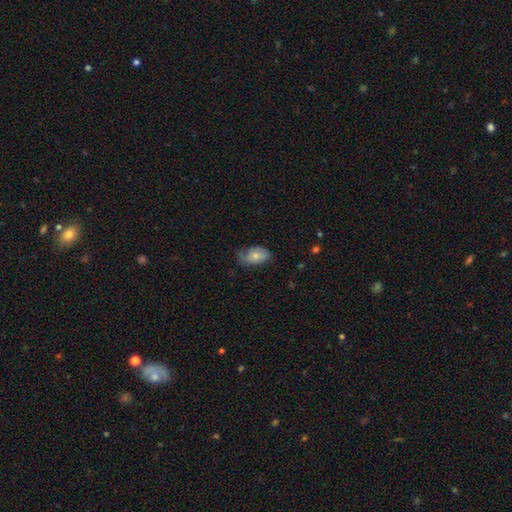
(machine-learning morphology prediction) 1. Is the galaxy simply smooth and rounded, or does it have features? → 56% smooth, 38% featured or disk, 7% star or artifact.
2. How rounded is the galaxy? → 90% in between, 8% round, 2% cigar-shaped.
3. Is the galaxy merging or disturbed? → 54% none, 32% minor disturbance, 12% major disturbance, 1% merger.